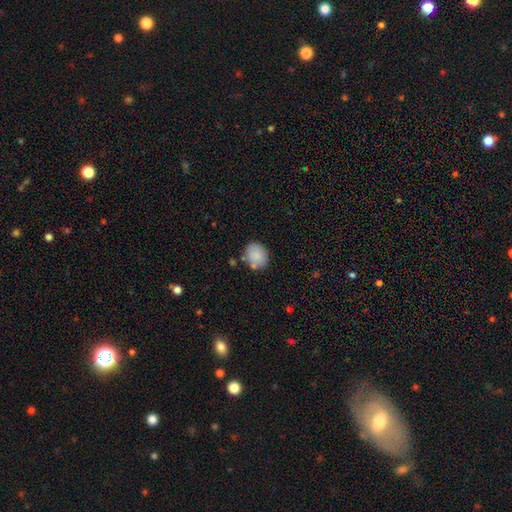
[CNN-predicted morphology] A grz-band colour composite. It shows a smooth galaxy with no disk features (84%) that is round (54%). Merging: none (69%).